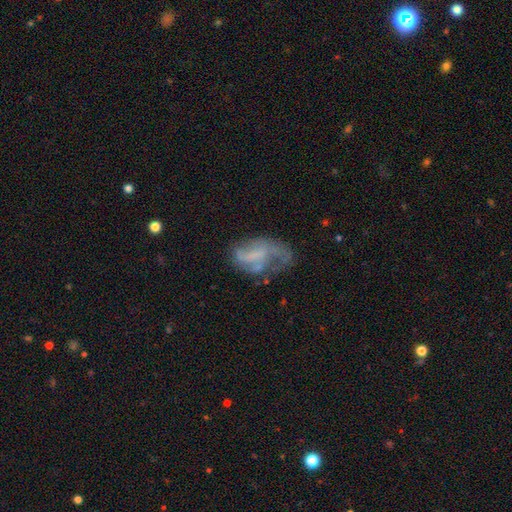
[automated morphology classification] Smooth or featured? Predicted: featured or disk (p=0.61). Edge-on disk? Predicted: no (p=0.97). Bar? Predicted: no (p=0.53). Spiral arms? Predicted: yes (p=0.62). Bulge size? Predicted: none (p=0.66). Merging? Predicted: major disturbance (p=0.36).